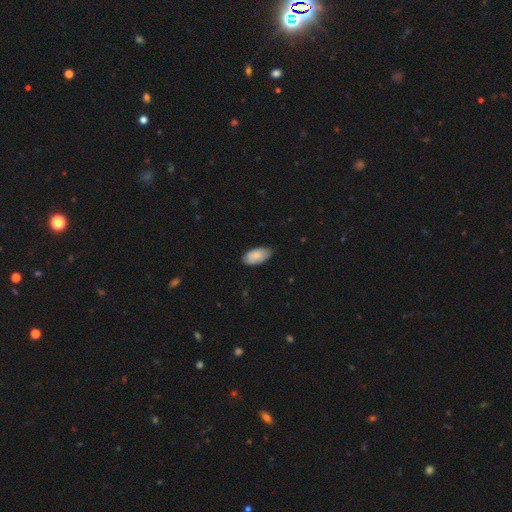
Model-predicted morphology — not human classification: Overall: smooth (83%). How rounded: in between (95%). Merging: none (77%).